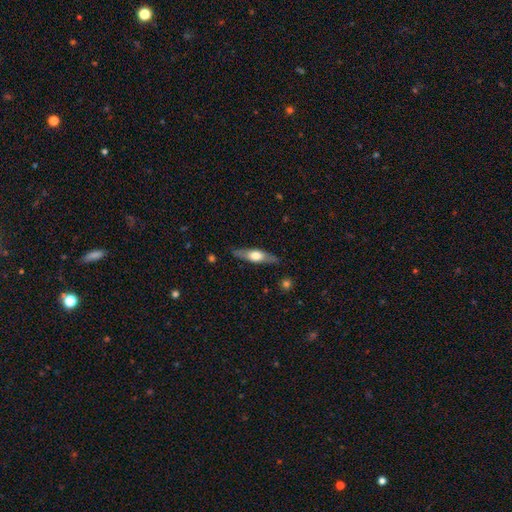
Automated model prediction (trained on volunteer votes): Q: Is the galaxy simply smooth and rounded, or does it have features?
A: featured or disk — 53%.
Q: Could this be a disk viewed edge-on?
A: yes — 87%.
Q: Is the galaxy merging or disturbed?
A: none — 84%.